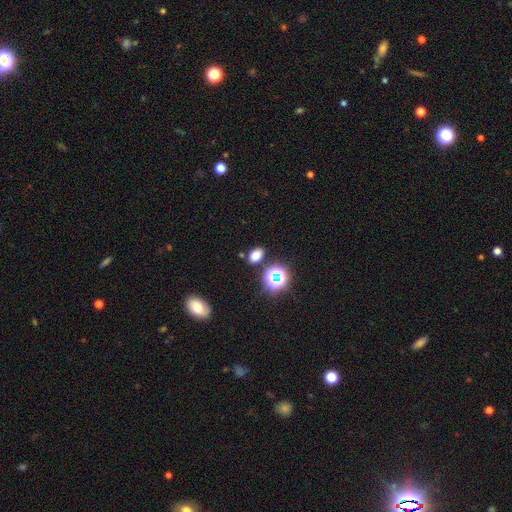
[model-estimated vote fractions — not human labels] A smooth galaxy with no disk features (72%) that is in between round and cigar-shaped (80%).

Vote fractions:
- Smooth or featured? smooth: 72% / star or artifact: 21% / featured or disk: 7%
- How rounded? in between: 80% / round: 18% / cigar-shaped: 2%
- Merging? none: 82% / minor disturbance: 10% / merger: 5% / major disturbance: 3%